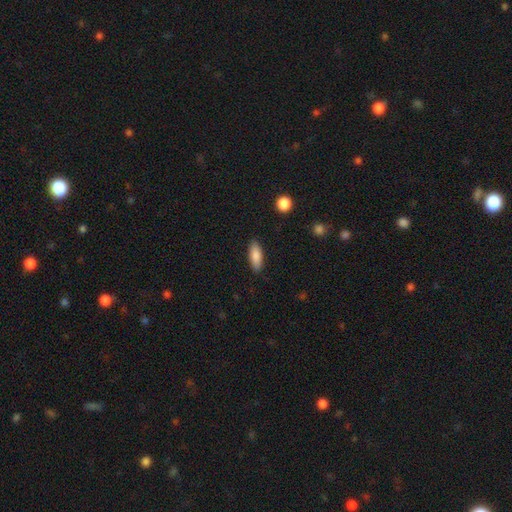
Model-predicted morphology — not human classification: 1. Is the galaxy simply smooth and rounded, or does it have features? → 86% smooth, 8% featured or disk, 6% star or artifact.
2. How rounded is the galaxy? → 70% in between, 28% cigar-shaped, 2% round.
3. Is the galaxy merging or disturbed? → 88% none, 9% minor disturbance, 2% major disturbance, 1% merger.